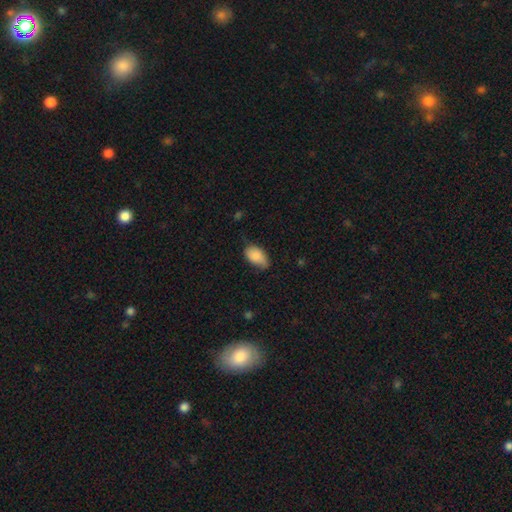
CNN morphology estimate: smooth-or-featured: smooth: 85% | featured or disk: 8% | star or artifact: 7%
  how-rounded: in between: 93% | round: 6% | cigar-shaped: 2%
  merging: none: 56% | minor disturbance: 36% | major disturbance: 7% | merger: 1%